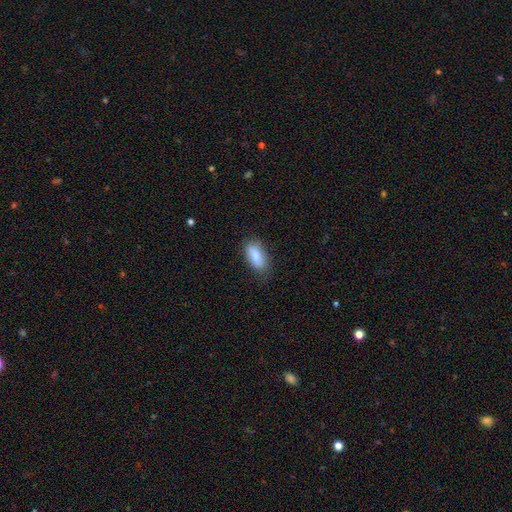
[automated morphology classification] Smooth or featured? Predicted: smooth (p=0.85). How rounded? Predicted: in between (p=0.84). Merging? Predicted: none (p=0.78).